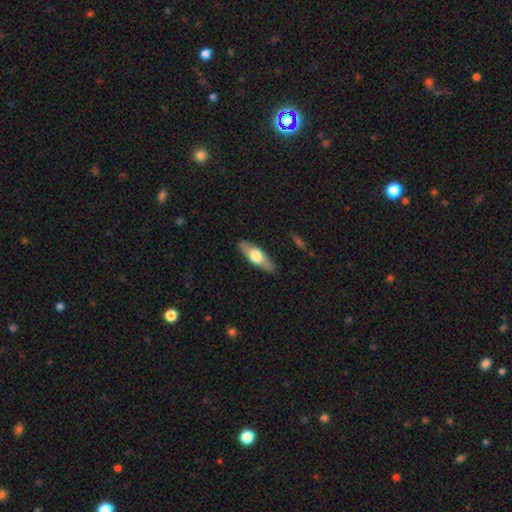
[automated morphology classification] Overall: smooth (52%; featured or disk 43%). How rounded: in between (57%; cigar-shaped 40%). Merging: none (84%).